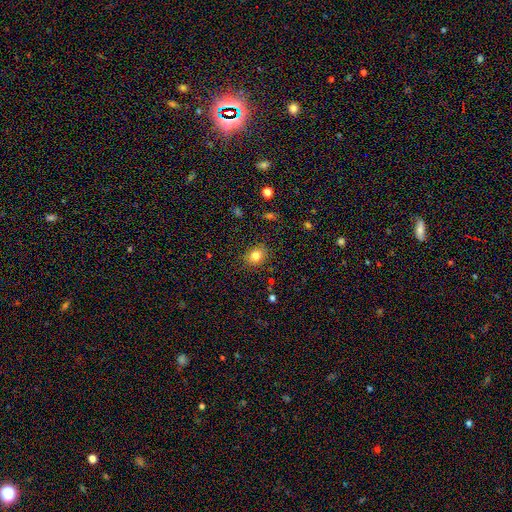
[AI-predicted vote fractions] Q: Smooth or featured?
A: smooth (82%); runner-up: star or artifact (11%)
Q: How rounded?
A: round (56%); runner-up: in between (43%)
Q: Merging?
A: none (86%); runner-up: minor disturbance (10%)